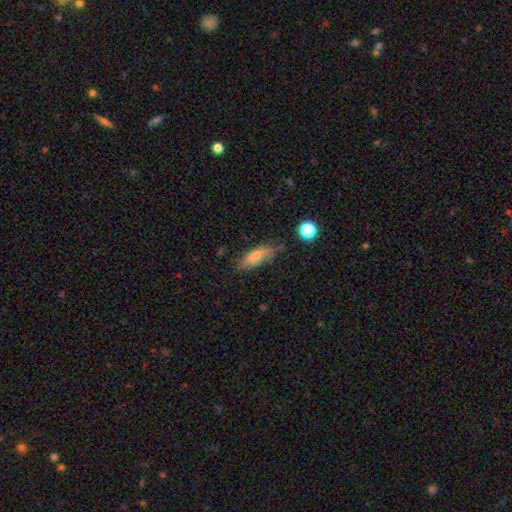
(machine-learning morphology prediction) This appears to be a smooth galaxy with no disk features (66%) that is in between round and cigar-shaped (61%). Merging: none (68%).